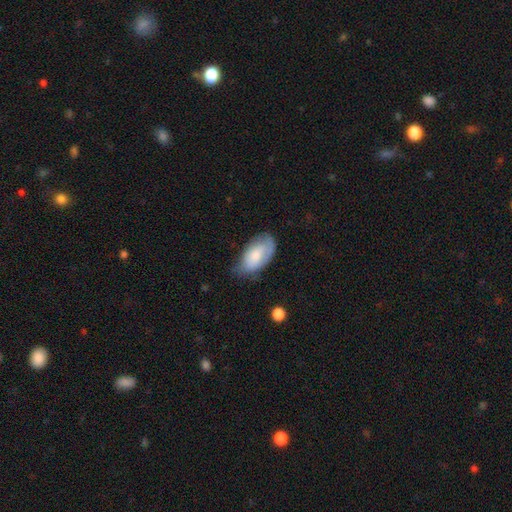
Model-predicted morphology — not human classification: Overall: smooth (70%). How rounded: in between (94%). Merging: none (49%; minor disturbance 38%).